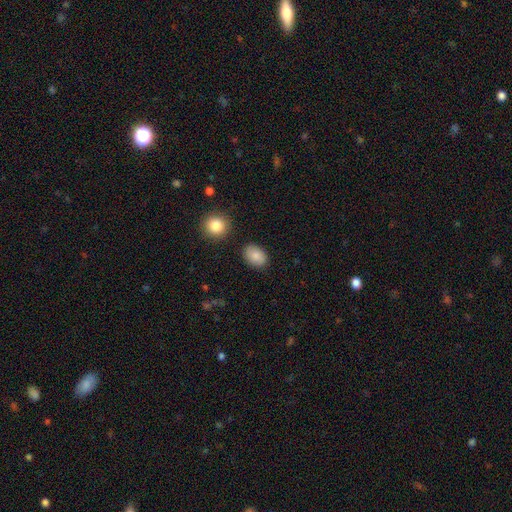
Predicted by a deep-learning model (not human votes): A smooth galaxy with no disk features (86%) that is in between round and cigar-shaped (80%). Merging: none (85%).